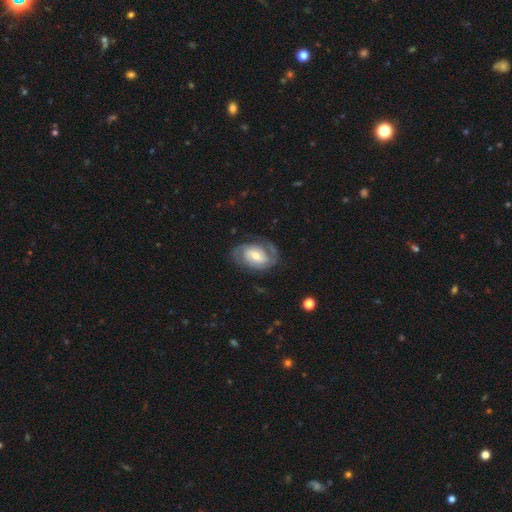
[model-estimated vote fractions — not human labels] A featured or disk galaxy (78%) with no bar (46%), 2 (74%) tight (45%) spiral arms (91%) and a moderate central bulge (54%).

Vote fractions:
- Smooth or featured? featured or disk: 78% / smooth: 17% / star or artifact: 5%
- Edge-on disk? no: 97% / yes: 3%
- Bar? no: 46% / weak: 39% / strong: 15%
- Spiral arms? yes: 91% / no: 9%
- Spiral winding? tight: 45% / medium: 41% / loose: 14%
- Spiral arm count? 2: 74% / can't tell: 13% / 3: 6% / 1: 4% / 4: 2% / more than 4: 2%
- Bulge size? moderate: 54% / small: 37% / large: 6% / none: 1% / dominant: 1%
- Merging? none: 68% / minor disturbance: 19% / major disturbance: 12% / merger: 1%